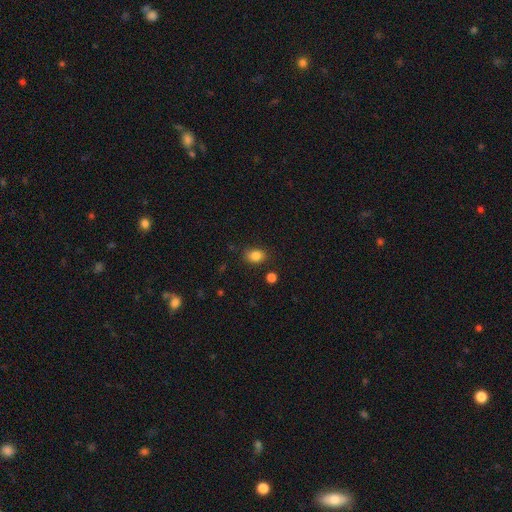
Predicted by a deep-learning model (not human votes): A smooth galaxy with no disk features (84%) that is in between round and cigar-shaped (58%).

Vote fractions:
- Smooth or featured? smooth: 84% / star or artifact: 10% / featured or disk: 6%
- How rounded? in between: 58% / round: 41% / cigar-shaped: 1%
- Merging? none: 80% / minor disturbance: 14% / major disturbance: 3% / merger: 3%